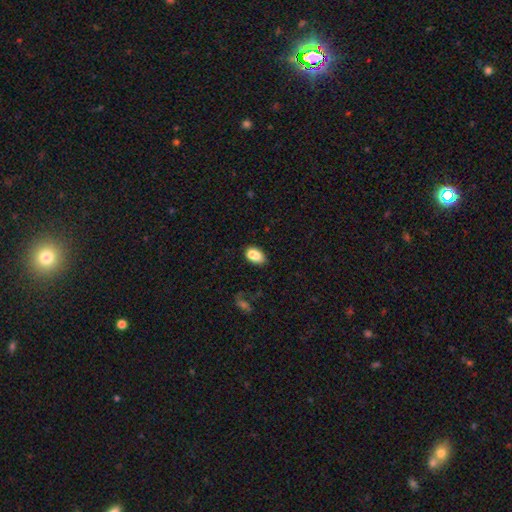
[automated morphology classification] Smooth or featured? Predicted: smooth (p=0.78). How rounded? Predicted: in between (p=0.83). Merging? Predicted: none (p=0.48).